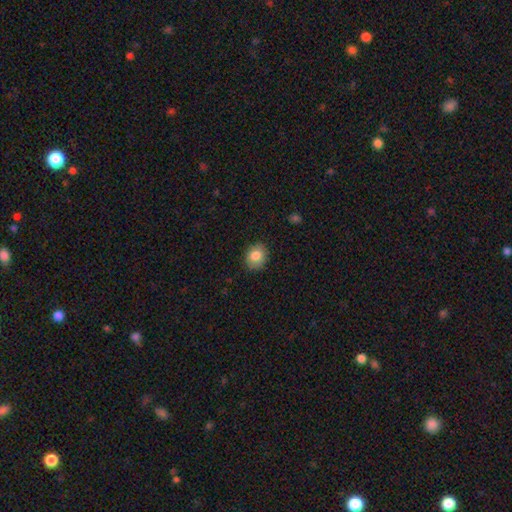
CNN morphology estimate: The model was most divided on "how rounded": round: 63%, in between: 36%, cigar-shaped: 1%. More confident: merging — none (85%); smooth or featured — smooth (82%).